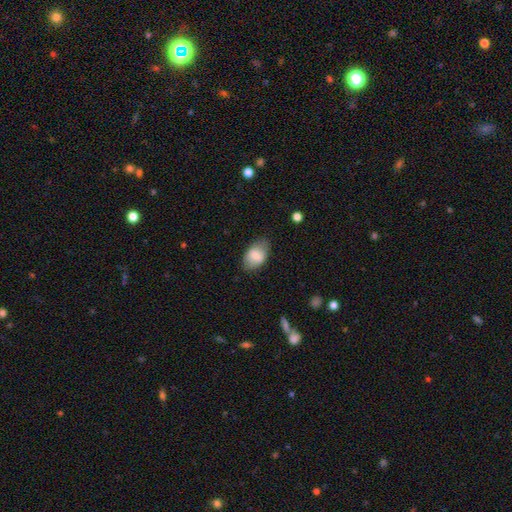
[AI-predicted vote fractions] Smooth or featured? Predicted: smooth (p=0.78). How rounded? Predicted: in between (p=0.89). Merging? Predicted: none (p=0.77).